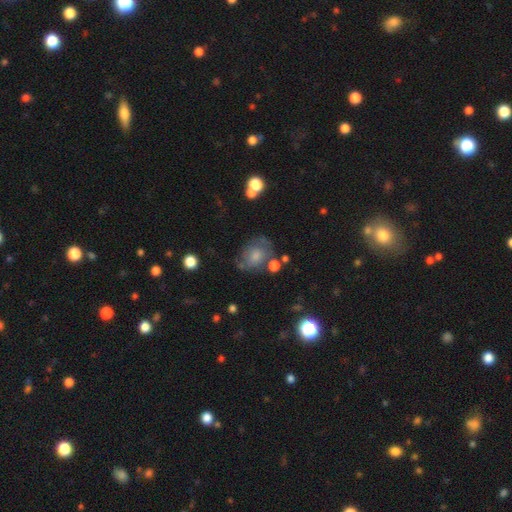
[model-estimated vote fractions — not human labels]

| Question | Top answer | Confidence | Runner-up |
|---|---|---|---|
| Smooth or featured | smooth | 58% | featured or disk (32%) |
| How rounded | in between | 57% | round (42%) |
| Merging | none | 54% | minor disturbance (25%) |